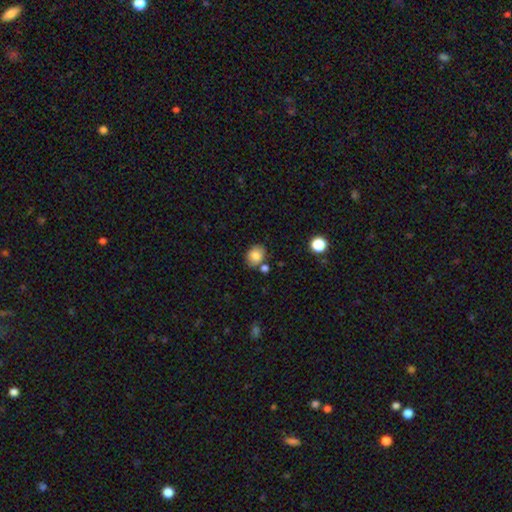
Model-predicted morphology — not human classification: A smooth galaxy with no disk features (83%) that is round (52%).

Vote fractions:
- Smooth or featured? smooth: 83% / star or artifact: 9% / featured or disk: 8%
- How rounded? round: 52% / in between: 47% / cigar-shaped: 1%
- Merging? none: 72% / minor disturbance: 14% / merger: 11% / major disturbance: 3%